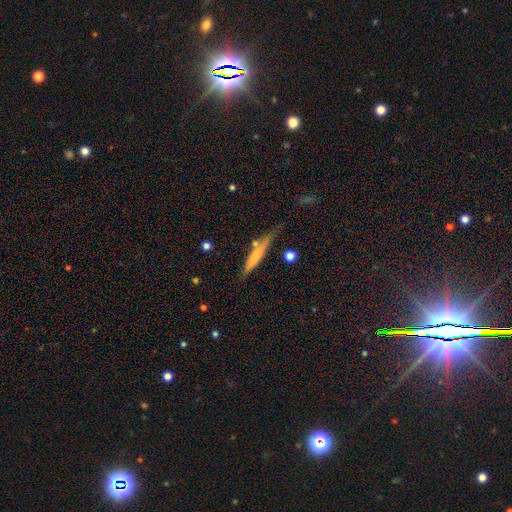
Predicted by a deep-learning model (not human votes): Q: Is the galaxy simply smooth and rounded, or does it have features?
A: smooth — 57%.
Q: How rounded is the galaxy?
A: cigar-shaped — 89%.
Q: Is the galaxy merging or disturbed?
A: none — 64%.